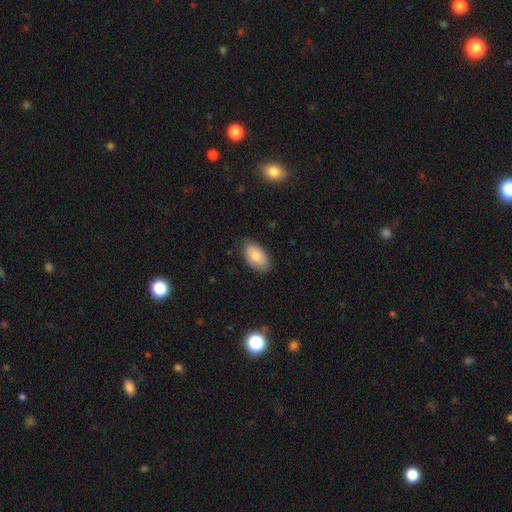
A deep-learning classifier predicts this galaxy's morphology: Overall: smooth (81%). How rounded: in between (95%). Merging: none (78%).